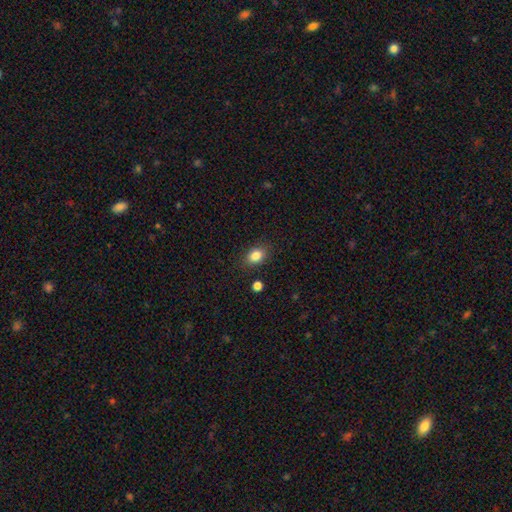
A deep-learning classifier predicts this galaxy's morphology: Overall: smooth (84%). How rounded: in between (75%). Merging: none (84%).